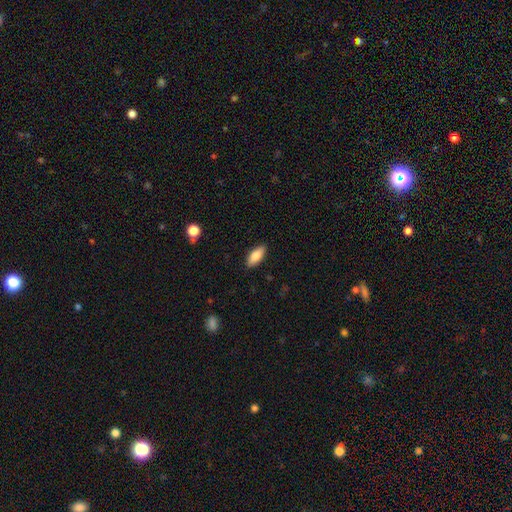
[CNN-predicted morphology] Smooth or featured: smooth — 82% (featured or disk — 11%)
How rounded: in between — 82% (cigar-shaped — 16%)
Merging: none — 88% (minor disturbance — 9%)